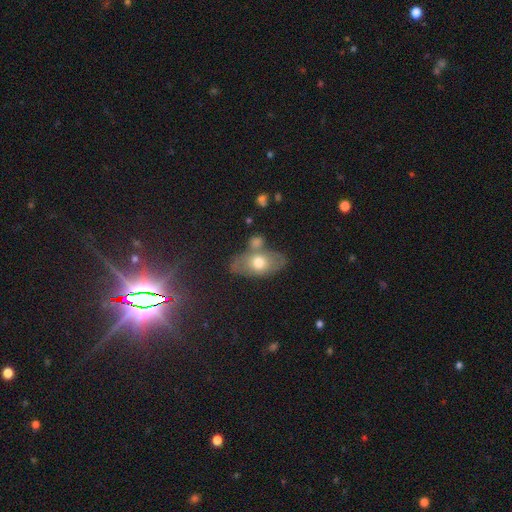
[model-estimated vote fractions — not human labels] This is marginally a smooth galaxy (44%). Merging: likely none (65%).